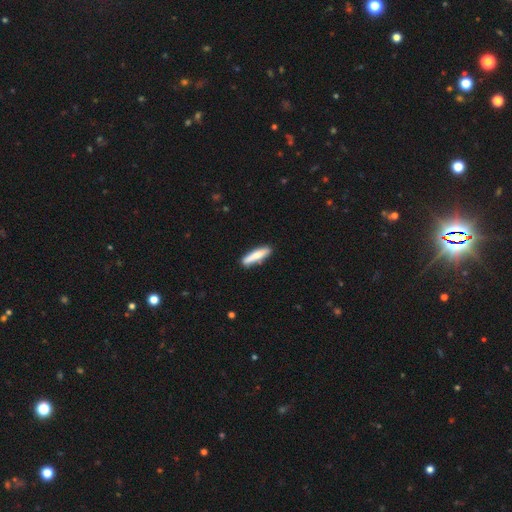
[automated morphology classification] smooth 77%, featured or disk 17%, star or artifact 6%. Down the decision tree: how rounded — cigar-shaped (82%); merging — none (83%).